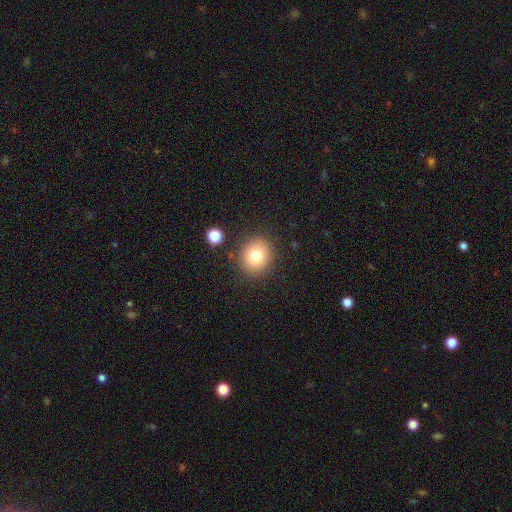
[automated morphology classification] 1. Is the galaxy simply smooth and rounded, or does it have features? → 78% smooth, 12% star or artifact, 11% featured or disk.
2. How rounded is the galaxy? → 81% round, 18% in between, 1% cigar-shaped.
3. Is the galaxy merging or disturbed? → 86% none, 8% minor disturbance, 3% major disturbance, 3% merger.